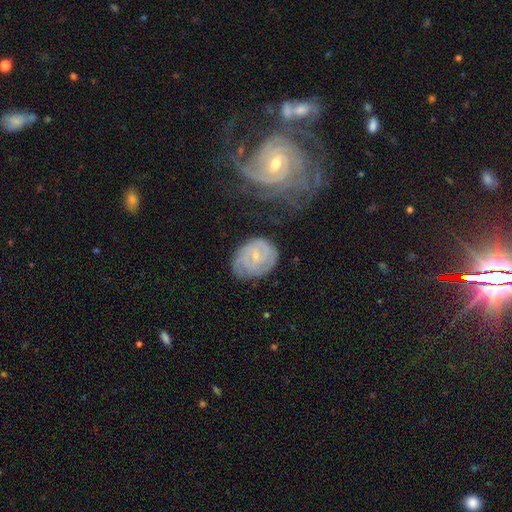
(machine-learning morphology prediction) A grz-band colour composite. It shows a featured or disk galaxy (78%) with a weak bar (46%), tight (71%) spiral arms (94%) and a small central bulge (76%). Merging: none (69%).